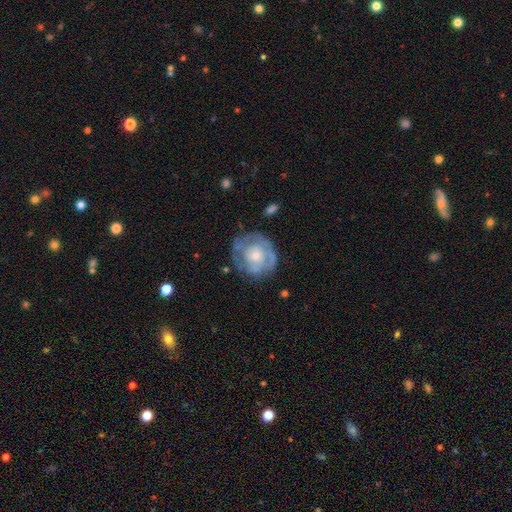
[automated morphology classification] Overall: featured or disk (60%; smooth 34%). Edge-on disk: no (97%). Bar: no (84%). Spiral arms: no (56%; yes 44%). Bulge size: small (45%; moderate 44%). Merging: none (64%).